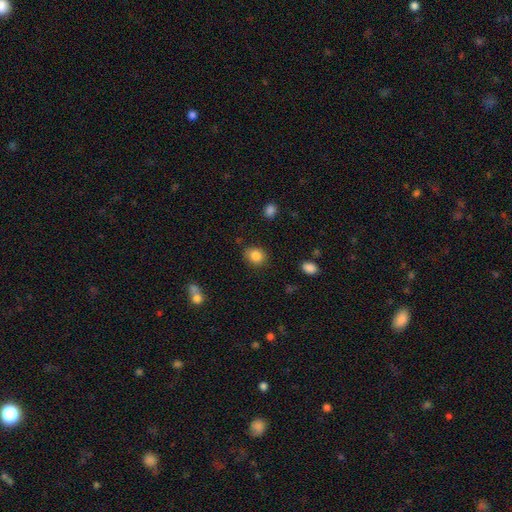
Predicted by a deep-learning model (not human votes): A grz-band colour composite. It shows a smooth galaxy with no disk features (84%) that is round (70%). Merging: none (84%).